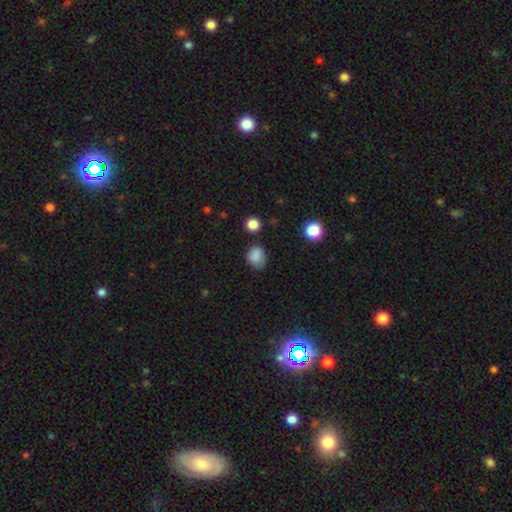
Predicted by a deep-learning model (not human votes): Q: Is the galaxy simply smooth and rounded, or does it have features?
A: smooth — 83%.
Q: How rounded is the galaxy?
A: round — 51%.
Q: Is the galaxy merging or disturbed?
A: none — 65%.